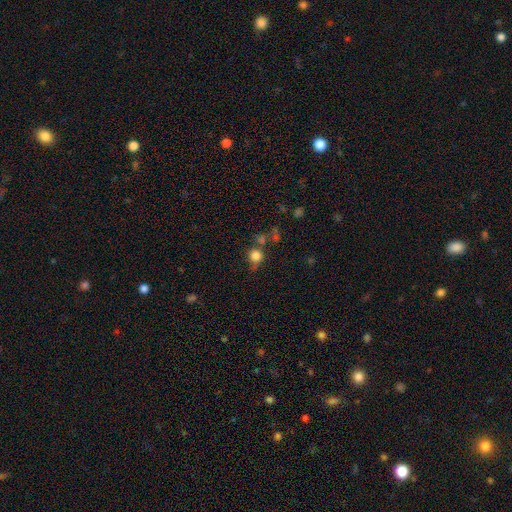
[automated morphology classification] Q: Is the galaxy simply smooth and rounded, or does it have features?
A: smooth — 80%.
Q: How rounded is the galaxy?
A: round — 89%.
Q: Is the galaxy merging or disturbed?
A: none — 59%.